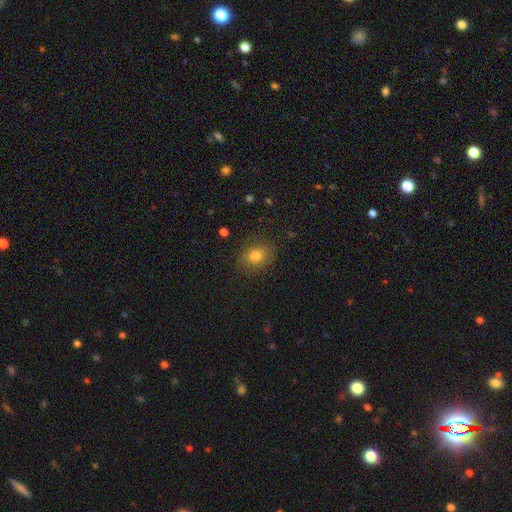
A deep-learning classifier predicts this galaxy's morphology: A smooth galaxy with no disk features (77%) that is round (54%). Merging: none (83%).